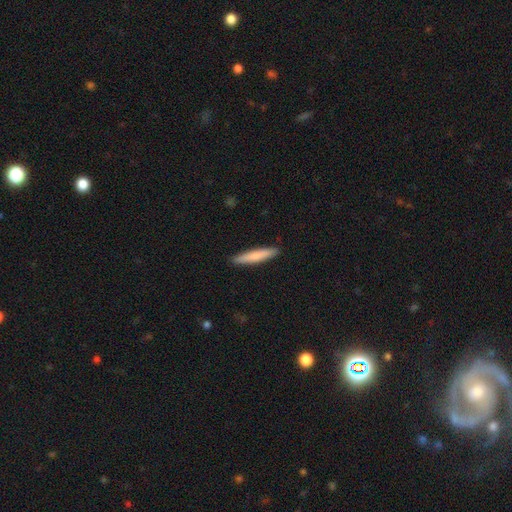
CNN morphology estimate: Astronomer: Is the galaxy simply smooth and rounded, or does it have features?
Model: smooth — 77%.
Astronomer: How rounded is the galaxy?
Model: cigar-shaped — 92%.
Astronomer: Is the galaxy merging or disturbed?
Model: none — 91%.